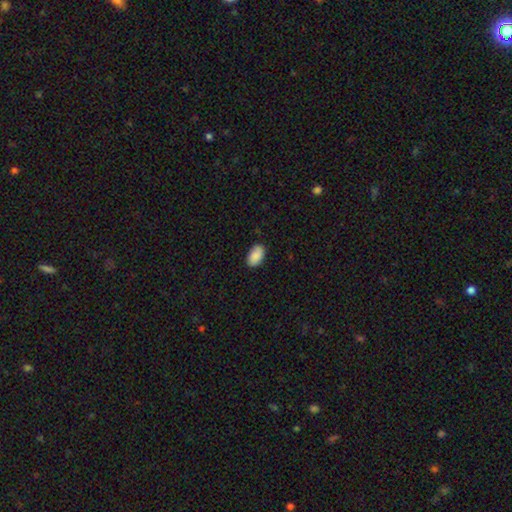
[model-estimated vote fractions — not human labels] The model was most divided on "merging": none: 86%, minor disturbance: 11%, major disturbance: 2%, merger: 1%. More confident: how rounded — in between (93%); smooth or featured — smooth (89%).